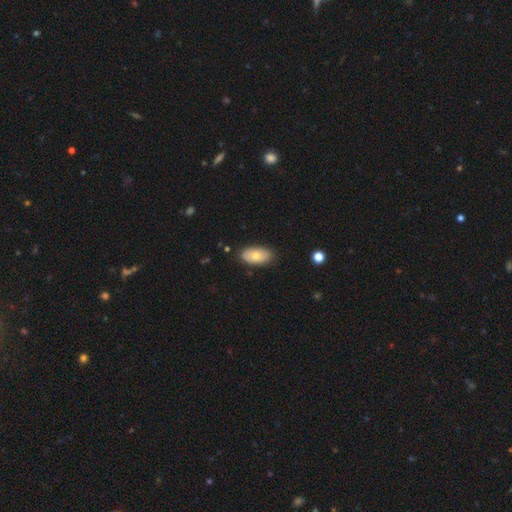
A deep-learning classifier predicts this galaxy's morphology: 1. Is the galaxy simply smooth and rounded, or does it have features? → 71% smooth, 23% featured or disk, 6% star or artifact.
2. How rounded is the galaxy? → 93% in between, 4% round, 3% cigar-shaped.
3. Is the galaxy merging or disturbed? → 84% none, 12% minor disturbance, 2% major disturbance, 1% merger.